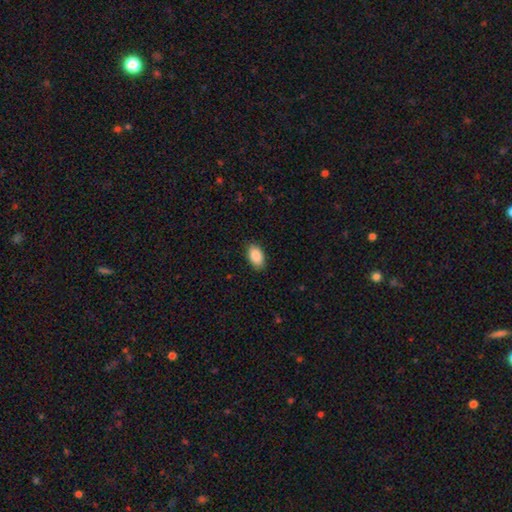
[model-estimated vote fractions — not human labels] This appears to be a smooth galaxy with no disk features (90%) that is in between round and cigar-shaped (94%). Merging: none (87%).